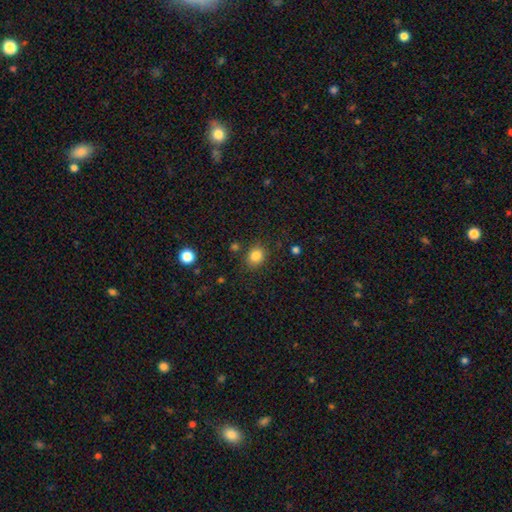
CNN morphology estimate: Smooth or featured? smooth (84%)
How rounded? round (70%)
Merging? none (83%)